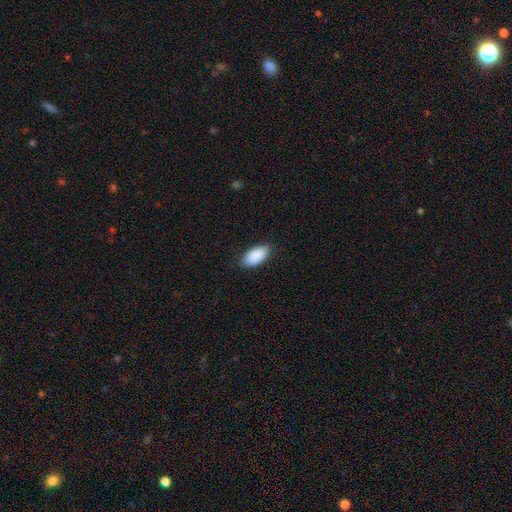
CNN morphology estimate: This is clearly a smooth galaxy (91%). How rounded: clearly in between (94%). Merging: clearly none (85%).